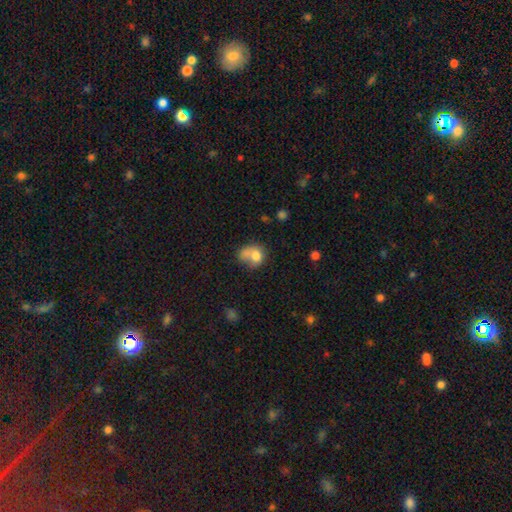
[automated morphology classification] type=smooth (73%); roundness=round (52%); merging=merger (43%).